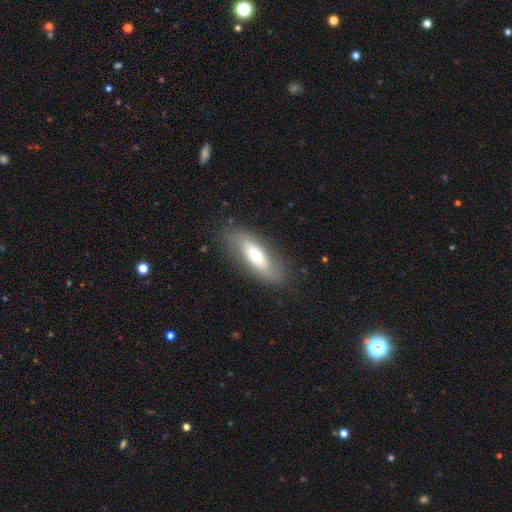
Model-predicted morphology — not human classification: Smooth or featured: smooth — 59% (featured or disk — 35%)
How rounded: in between — 65% (cigar-shaped — 33%)
Merging: none — 81% (minor disturbance — 13%)